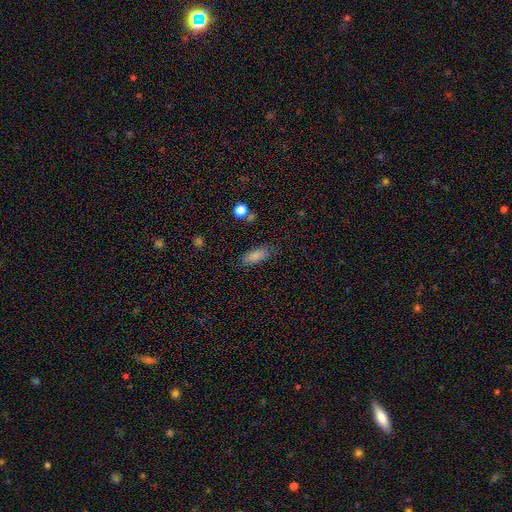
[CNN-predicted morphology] Q: Smooth or featured?
A: smooth (85%); runner-up: star or artifact (9%)
Q: How rounded?
A: in between (75%); runner-up: cigar-shaped (22%)
Q: Merging?
A: none (80%); runner-up: minor disturbance (14%)